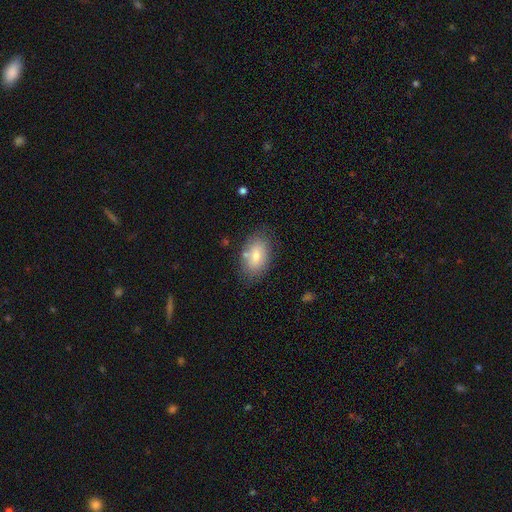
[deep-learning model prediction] This is likely a smooth galaxy (75%). How rounded: clearly in between (89%). Merging: likely none (74%).